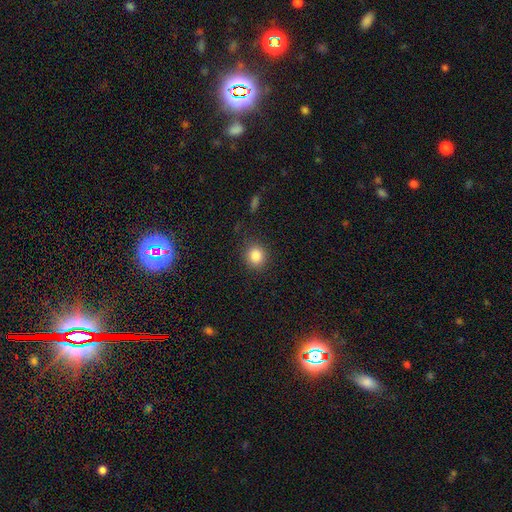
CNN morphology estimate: Smooth or featured: smooth — 85% (star or artifact — 10%)
How rounded: round — 85% (in between — 14%)
Merging: none — 88% (minor disturbance — 8%)